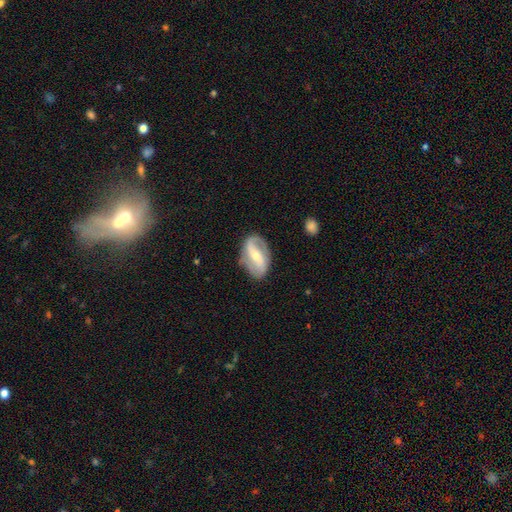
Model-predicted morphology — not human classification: A featured or disk galaxy (78%) with a strong bar (49%), 2 (87%) loose (47%) spiral arms (87%) and a small central bulge (53%).

Vote fractions:
- Smooth or featured? featured or disk: 78% / smooth: 17% / star or artifact: 5%
- Edge-on disk? no: 95% / yes: 5%
- Bar? strong: 49% / weak: 32% / no: 19%
- Spiral arms? yes: 87% / no: 13%
- Spiral winding? loose: 47% / medium: 36% / tight: 17%
- Spiral arm count? 2: 87% / can't tell: 6% / 1: 4% / 3: 1% / 4: 1% / more than 4: 1%
- Bulge size? small: 53% / moderate: 43% / large: 2% / none: 1% / dominant: 1%
- Merging? none: 76% / minor disturbance: 17% / major disturbance: 6% / merger: 2%